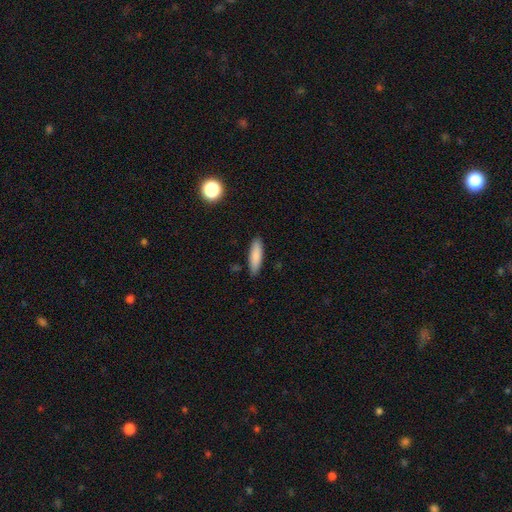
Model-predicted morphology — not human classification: Q: Smooth or featured?
A: smooth (85%); runner-up: featured or disk (9%)
Q: How rounded?
A: cigar-shaped (60%); runner-up: in between (38%)
Q: Merging?
A: none (88%); runner-up: minor disturbance (9%)